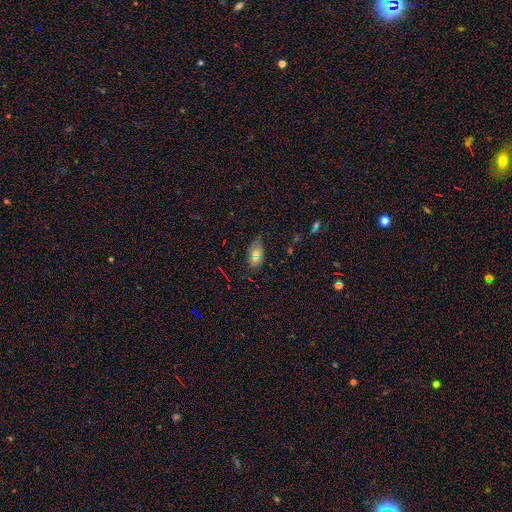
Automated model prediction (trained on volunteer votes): Smooth or featured? smooth (60%)
How rounded? in between (85%)
Merging? none (63%)